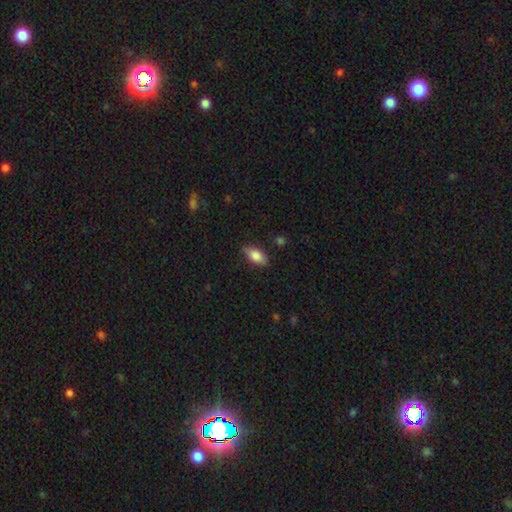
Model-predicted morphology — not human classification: A smooth galaxy with no disk features (82%) that is in between round and cigar-shaped (89%).

Vote fractions:
- Smooth or featured? smooth: 82% / featured or disk: 11% / star or artifact: 7%
- How rounded? in between: 89% / cigar-shaped: 7% / round: 4%
- Merging? none: 83% / minor disturbance: 13% / major disturbance: 3% / merger: 1%